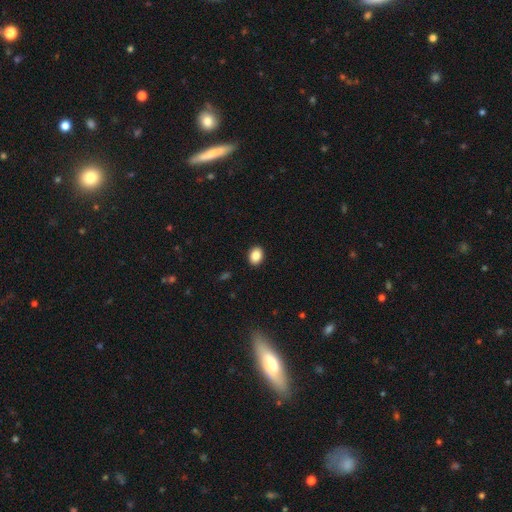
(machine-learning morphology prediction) Smooth or featured: smooth — 87% (star or artifact — 8%)
How rounded: in between — 69% (round — 30%)
Merging: none — 91% (minor disturbance — 6%)